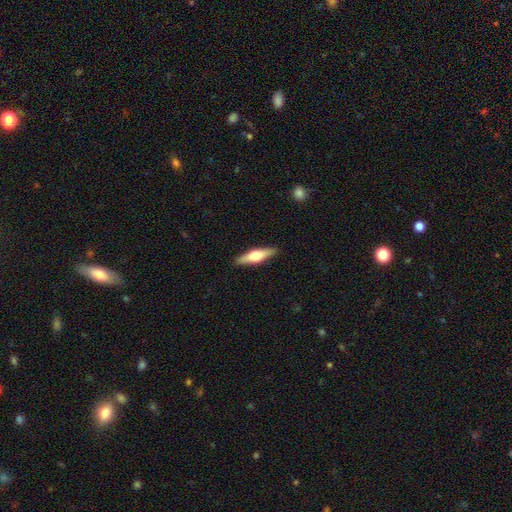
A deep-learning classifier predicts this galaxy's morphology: A featured or disk galaxy (55%) viewed edge-on (96%) with a rounded central bulge (92%).

Vote fractions:
- Smooth or featured? featured or disk: 55% / smooth: 40% / star or artifact: 6%
- Edge-on disk? yes: 96% / no: 4%
- Edge-on bulge? rounded: 92% / boxy: 6% / none: 2%
- Merging? none: 90% / minor disturbance: 7% / major disturbance: 2% / merger: 1%